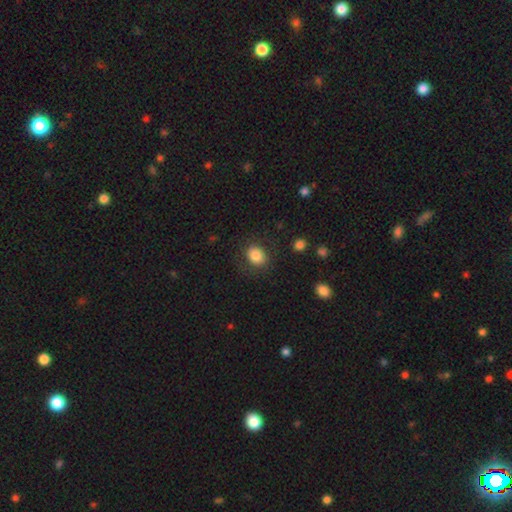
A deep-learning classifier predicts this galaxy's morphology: A smooth galaxy with no disk features (83%) that is round (50%).

Vote fractions:
- Smooth or featured? smooth: 83% / star or artifact: 9% / featured or disk: 9%
- How rounded? round: 50% / in between: 49% / cigar-shaped: 1%
- Merging? none: 80% / minor disturbance: 13% / major disturbance: 6% / merger: 1%